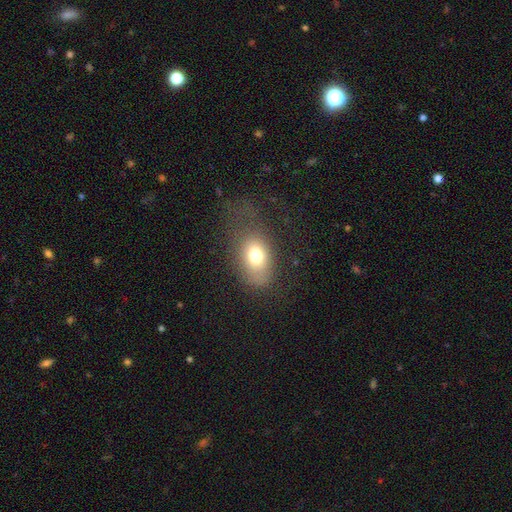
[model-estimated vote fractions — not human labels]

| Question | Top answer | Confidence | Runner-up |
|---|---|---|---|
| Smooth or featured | smooth | 74% | featured or disk (15%) |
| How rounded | in between | 78% | round (21%) |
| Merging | none | 58% | minor disturbance (21%) |